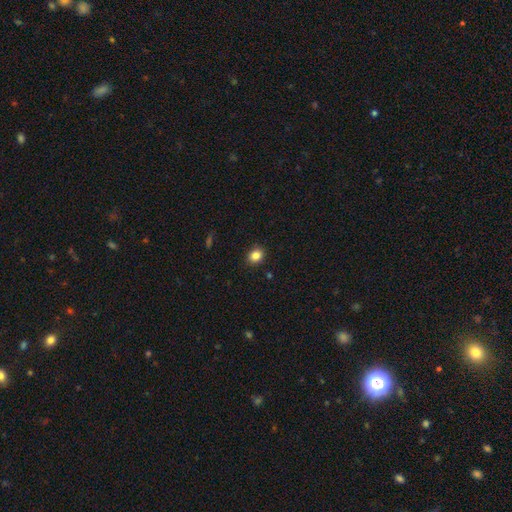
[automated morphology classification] Smooth or featured? smooth (85%)
How rounded? round (55%)
Merging? none (89%)